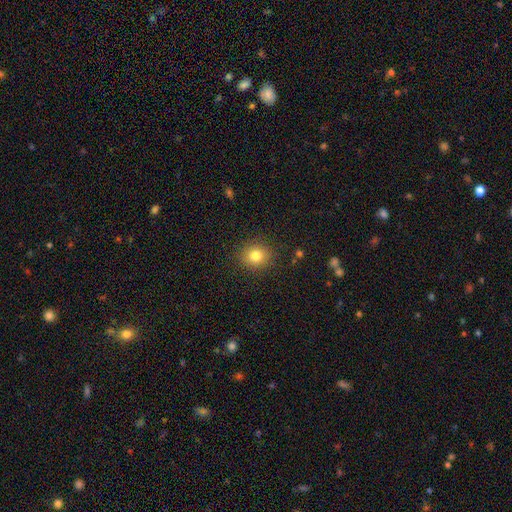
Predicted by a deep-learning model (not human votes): This is clearly a smooth galaxy (81%). How rounded: likely round (79%). Merging: clearly none (89%).